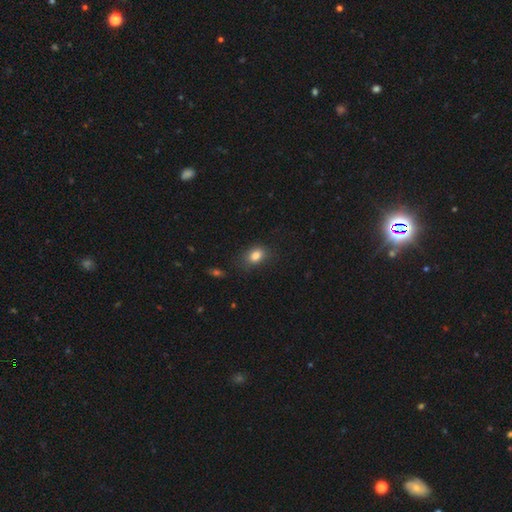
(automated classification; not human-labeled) This appears to be a smooth galaxy with no disk features (83%) that is in between round and cigar-shaped (70%). Merging: none (75%).